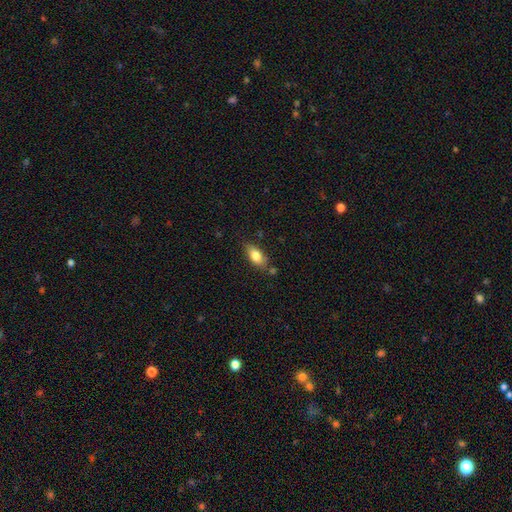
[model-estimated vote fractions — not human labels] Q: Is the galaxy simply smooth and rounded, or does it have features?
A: smooth — 80%.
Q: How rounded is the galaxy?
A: in between — 87%.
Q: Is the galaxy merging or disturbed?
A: none — 72%.